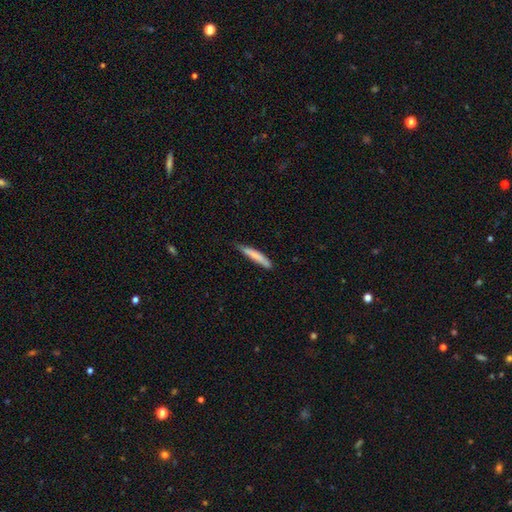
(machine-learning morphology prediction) A smooth galaxy with no disk features (76%) that is cigar-shaped (93%). Merging: none (70%).